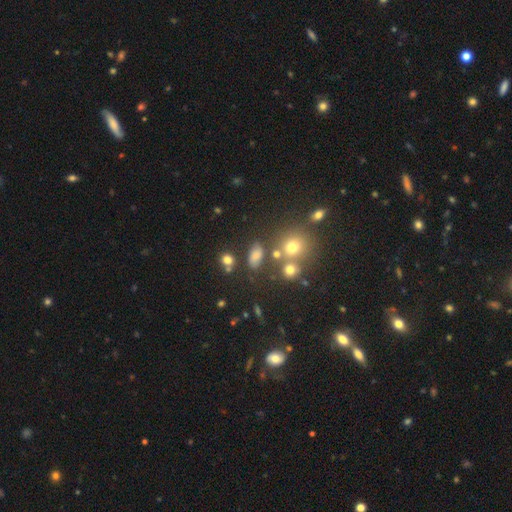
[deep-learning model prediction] Smooth or featured?
  - smooth: 70% *
  - star or artifact: 19%
  - featured or disk: 11%
How rounded?
  - in between: 77% *
  - round: 18%
  - cigar-shaped: 5%
Merging?
  - none: 66% *
  - minor disturbance: 15%
  - merger: 12%
  - major disturbance: 7%